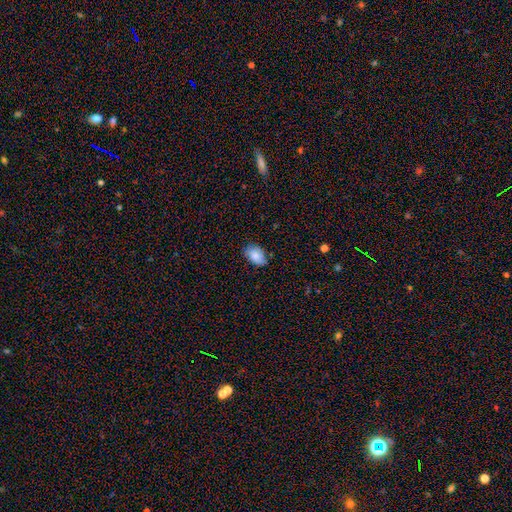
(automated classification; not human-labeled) This is clearly a smooth galaxy (85%). How rounded: clearly in between (88%). Merging: likely none (78%).